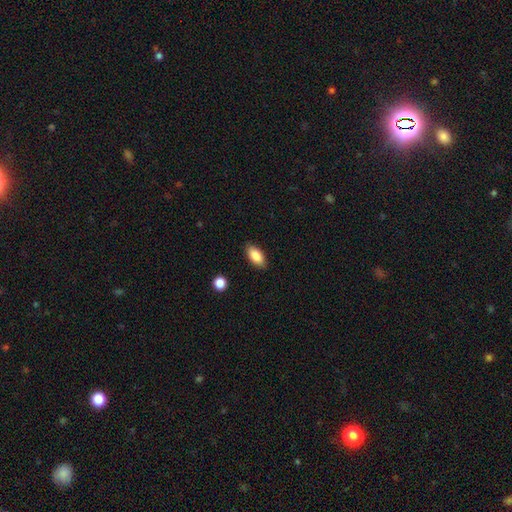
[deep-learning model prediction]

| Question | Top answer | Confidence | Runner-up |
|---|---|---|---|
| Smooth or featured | smooth | 86% | star or artifact (7%) |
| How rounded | in between | 92% | cigar-shaped (6%) |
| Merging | none | 88% | minor disturbance (9%) |